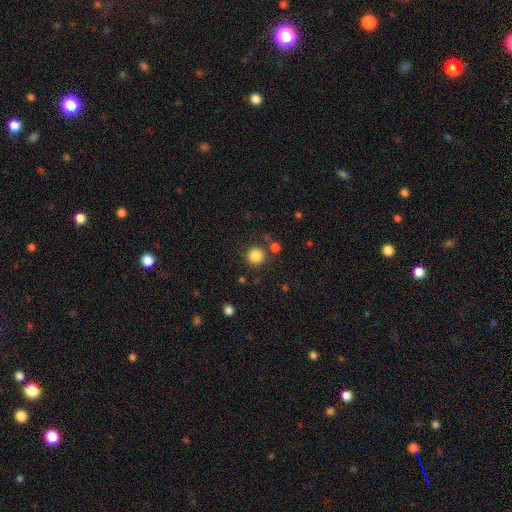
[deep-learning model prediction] The model was most divided on "smooth or featured": smooth: 85%, star or artifact: 11%, featured or disk: 4%. More confident: how rounded — round (95%); merging — none (84%).